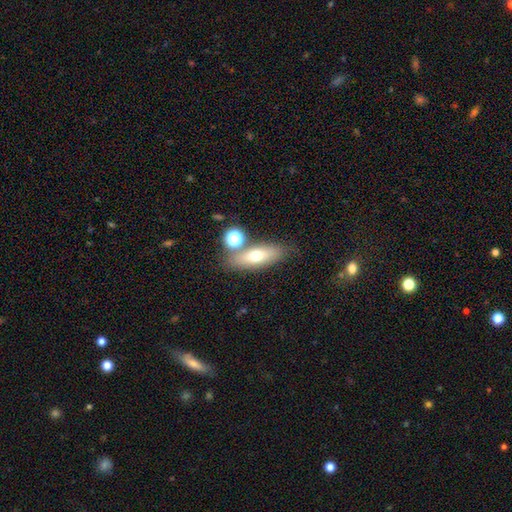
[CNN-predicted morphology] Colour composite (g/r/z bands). It shows a smooth galaxy with no disk features (64%) that is in between round and cigar-shaped (57%). Merging: none (69%).